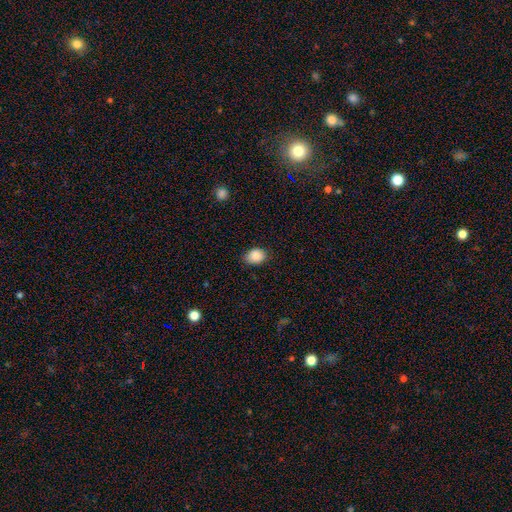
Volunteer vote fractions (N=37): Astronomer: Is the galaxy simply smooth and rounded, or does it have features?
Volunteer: smooth — 95%.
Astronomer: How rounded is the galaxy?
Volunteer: in between — 63%.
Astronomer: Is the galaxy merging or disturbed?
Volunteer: none — 86%.